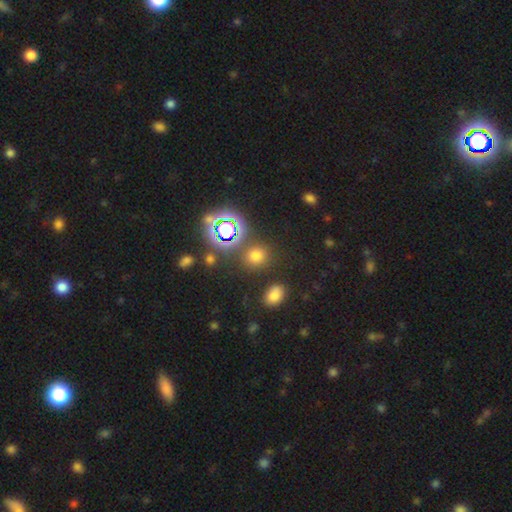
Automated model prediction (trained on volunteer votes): Q: Smooth or featured?
A: smooth (64%); runner-up: star or artifact (30%)
Q: How rounded?
A: round (76%); runner-up: in between (23%)
Q: Merging?
A: none (82%); runner-up: minor disturbance (9%)